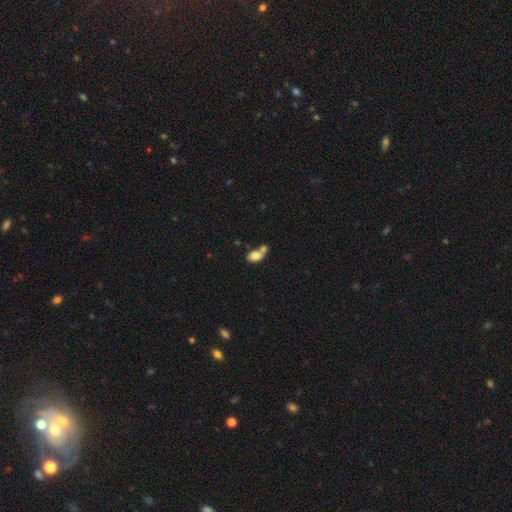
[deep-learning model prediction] A smooth galaxy with no disk features (77%) that is in between round and cigar-shaped (85%). Merging: merger (51%).